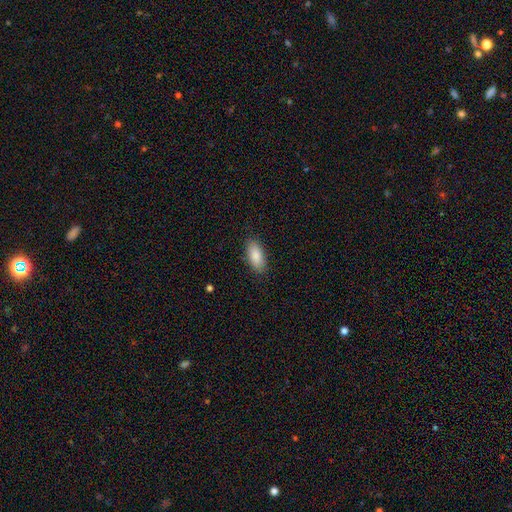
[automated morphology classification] The model was most divided on "how rounded": in between: 87%, cigar-shaped: 11%, round: 2%. More confident: merging — none (87%); smooth or featured — smooth (87%).